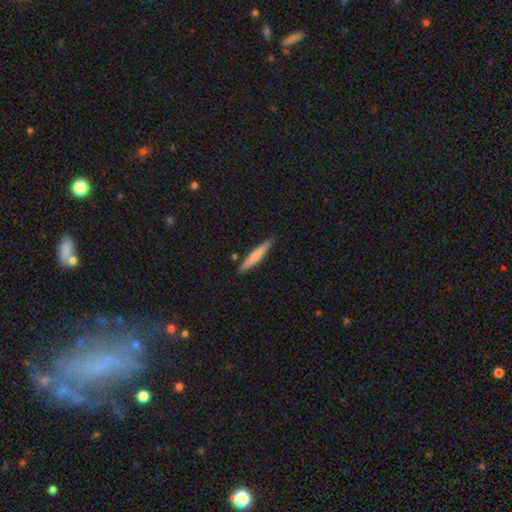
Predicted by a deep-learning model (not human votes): smooth-or-featured: smooth: 72% | featured or disk: 23% | star or artifact: 5%
  how-rounded: cigar-shaped: 93% | in between: 6% | round: 1%
  merging: none: 85% | minor disturbance: 10% | merger: 3% | major disturbance: 2%